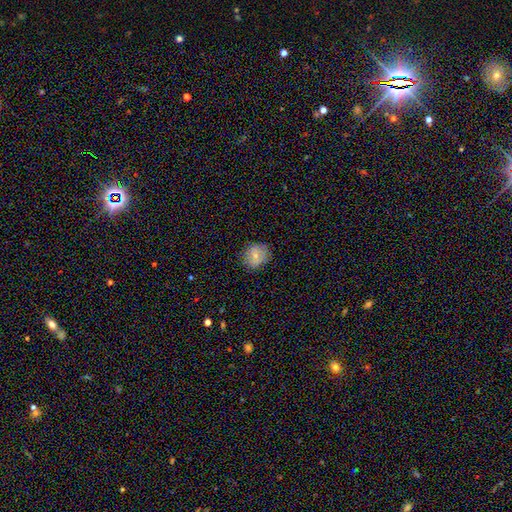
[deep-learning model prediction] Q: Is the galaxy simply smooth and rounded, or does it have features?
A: smooth — 68%.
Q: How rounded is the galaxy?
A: round — 71%.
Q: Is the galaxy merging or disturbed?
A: none — 82%.